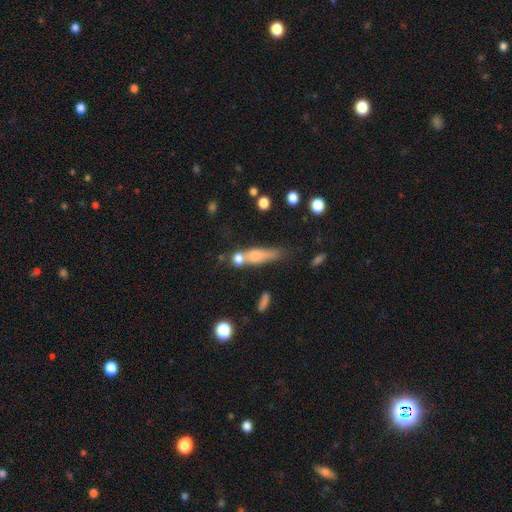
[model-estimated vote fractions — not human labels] Morphology: type=smooth (64%); roundness=cigar-shaped (61%); merging=merger (36%).